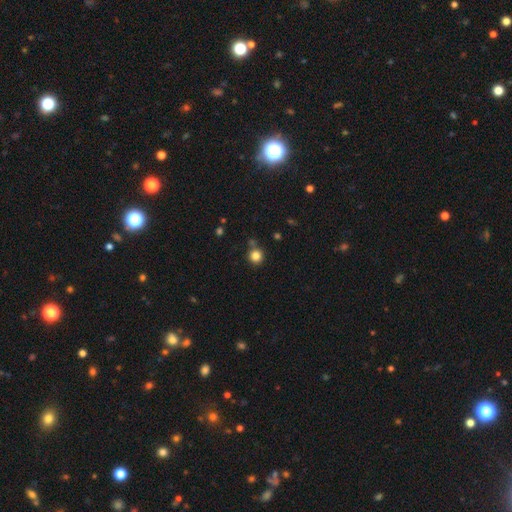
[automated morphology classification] The model was most divided on "merging": none: 79%, minor disturbance: 10%, merger: 8%, major disturbance: 3%. More confident: how rounded — round (93%); smooth or featured — smooth (83%).